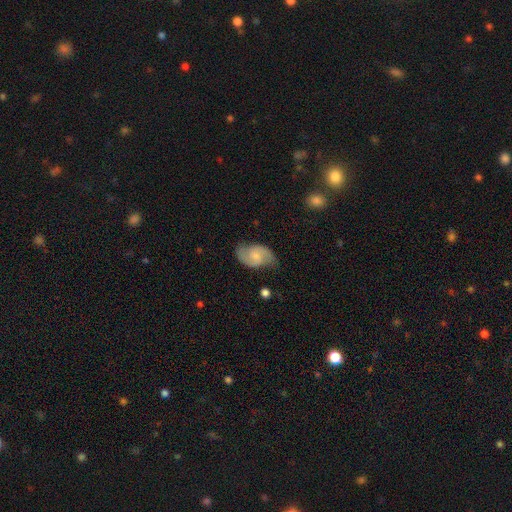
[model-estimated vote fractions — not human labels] featured or disk 68%, smooth 26%, star or artifact 6%. Down the decision tree: edge-on disk — no (97%); bar — no (51%); spiral arms — yes (93%); spiral arm count — 2 (90%); spiral winding — medium (47%); bulge size — small (55%); merging — none (73%).